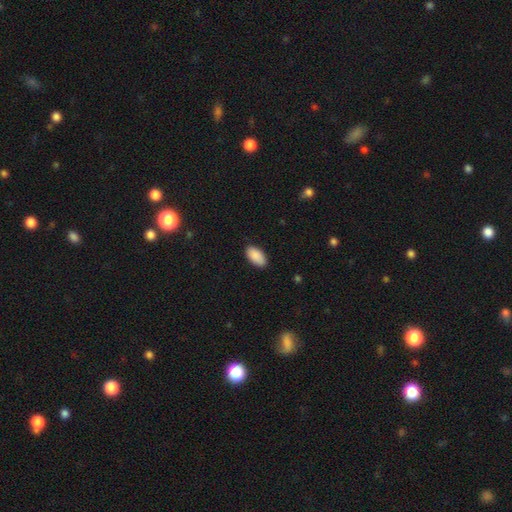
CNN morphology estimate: This is clearly a smooth galaxy (90%). How rounded: clearly in between (95%). Merging: clearly none (87%).